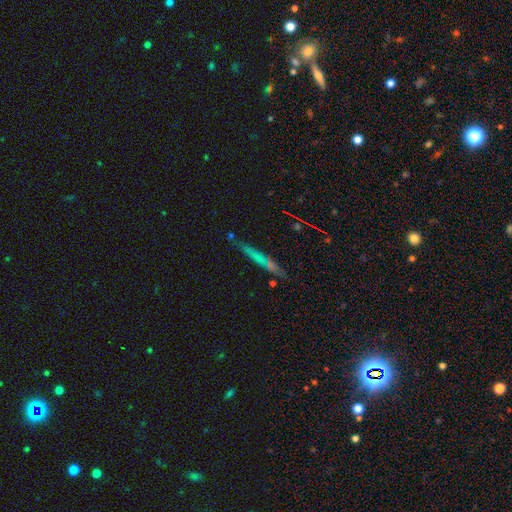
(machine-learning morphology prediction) A featured or disk galaxy (46%). Merging: none (81%).